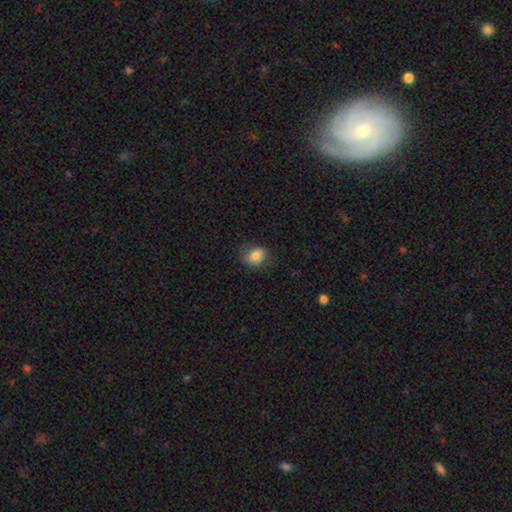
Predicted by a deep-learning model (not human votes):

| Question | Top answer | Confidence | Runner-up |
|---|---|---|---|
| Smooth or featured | smooth | 81% | featured or disk (10%) |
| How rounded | in between | 60% | round (39%) |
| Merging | none | 72% | minor disturbance (20%) |